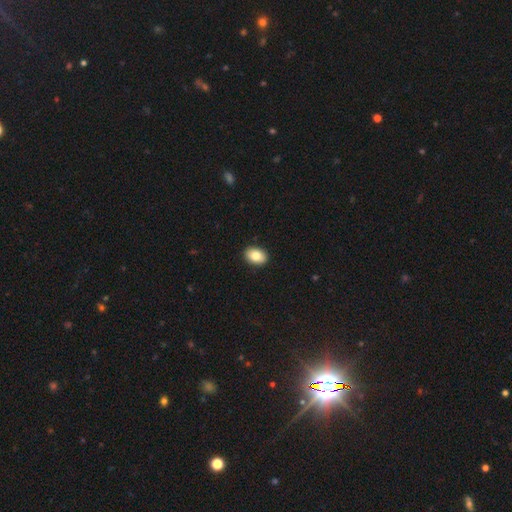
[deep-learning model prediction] The model was most divided on "how rounded": in between: 81%, round: 17%, cigar-shaped: 1%. More confident: merging — none (91%); smooth or featured — smooth (82%).